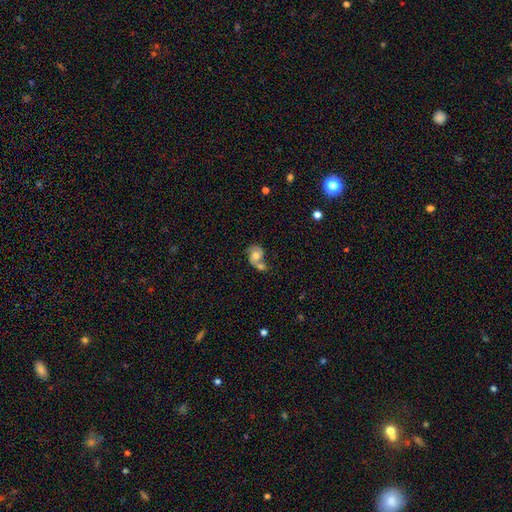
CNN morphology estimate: Overall: featured or disk (54%; smooth 37%). Edge-on disk: no (97%). Bar: no (72%). Spiral arms: yes (80%). Bulge size: moderate (61%). Merging: merger (51%; none 28%).